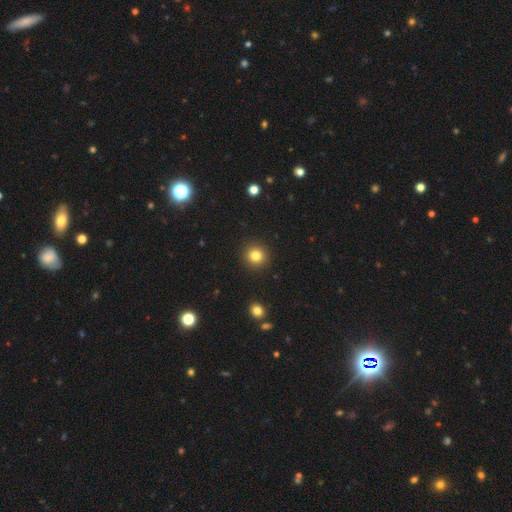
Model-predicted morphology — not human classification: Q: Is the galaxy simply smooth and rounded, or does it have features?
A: smooth — 82%.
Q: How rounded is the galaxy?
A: round — 94%.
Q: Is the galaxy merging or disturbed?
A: none — 92%.